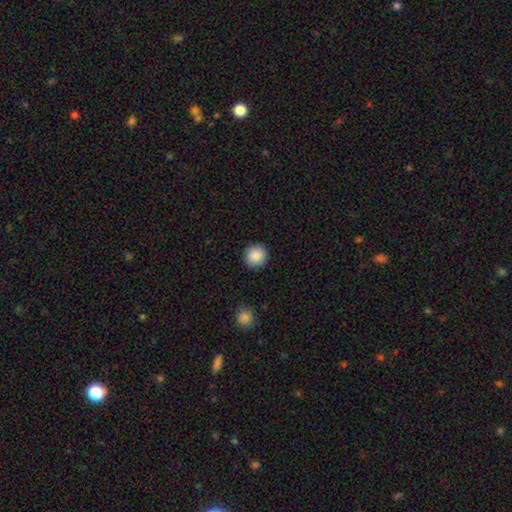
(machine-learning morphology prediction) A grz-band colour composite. It shows a smooth galaxy with no disk features (88%) that is round (95%). Merging: none (92%).